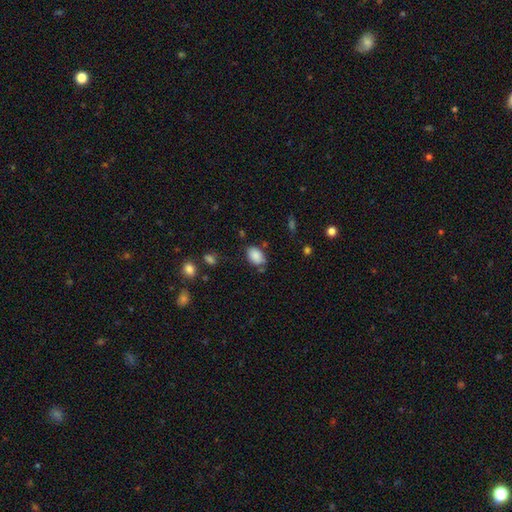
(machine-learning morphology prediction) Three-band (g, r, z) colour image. It shows a smooth galaxy with no disk features (86%) that is in between round and cigar-shaped (87%). Merging: none (67%).